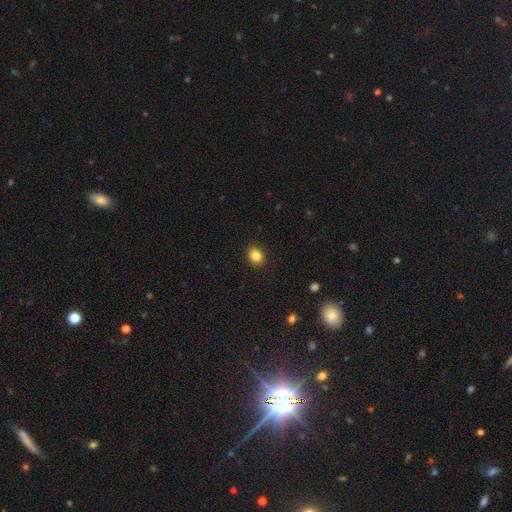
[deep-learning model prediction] Smooth or featured? smooth (85%)
How rounded? round (60%)
Merging? none (90%)